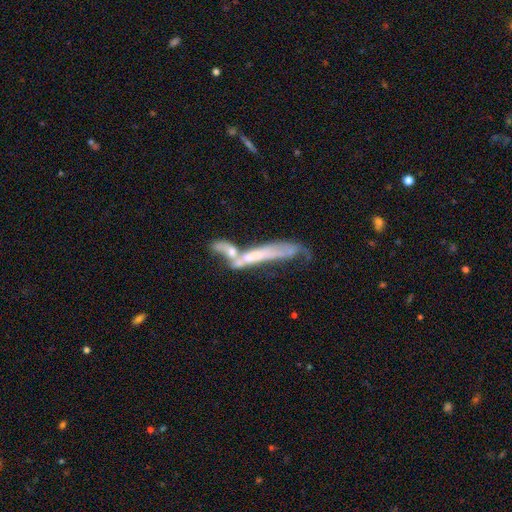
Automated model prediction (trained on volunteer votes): The model was most divided on "edge-on disk": yes: 51%, no: 49%. More confident: smooth or featured — featured or disk (58%); merging — merger (50%).